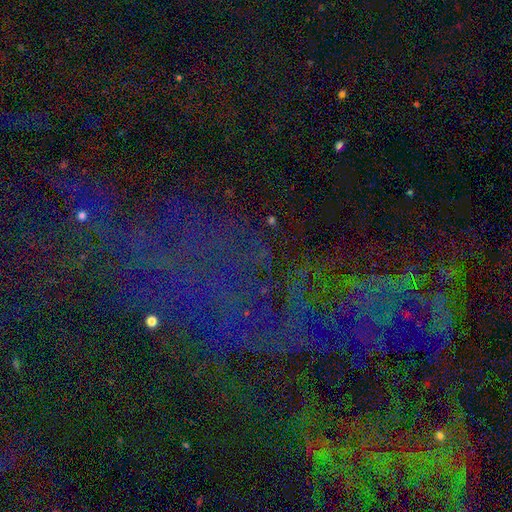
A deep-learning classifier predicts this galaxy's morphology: A star or artifact, not a galaxy (71%).

Vote fractions:
- Smooth or featured? star or artifact: 71% / featured or disk: 17% / smooth: 12%